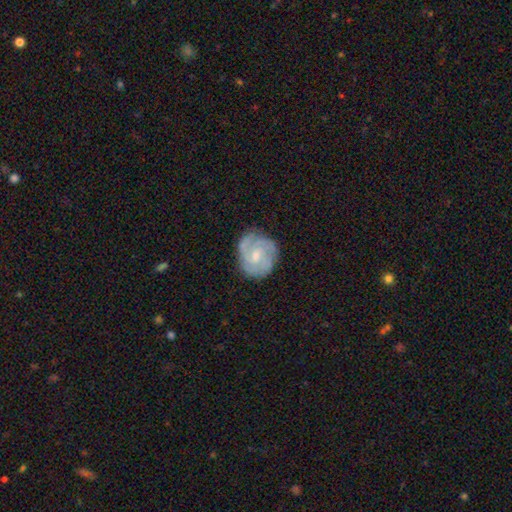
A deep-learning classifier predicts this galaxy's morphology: Overall: featured or disk (77%). Edge-on disk: no (98%). Bar: no (56%; weak 39%). Spiral arms: yes (94%). Spiral arm count: 3 (36%; 2 25%). Spiral winding: tight (56%; medium 36%). Bulge size: small (55%; moderate 40%). Merging: none (75%).